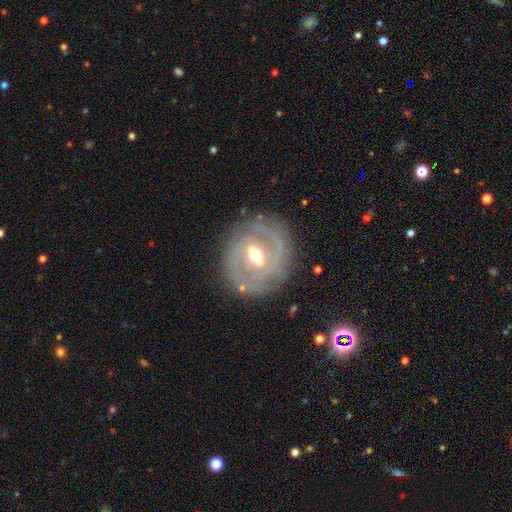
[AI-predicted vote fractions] Smooth or featured? Predicted: featured or disk (p=0.82). Edge-on disk? Predicted: no (p=0.96). Bar? Predicted: weak (p=0.52). Spiral arms? Predicted: yes (p=0.83). Spiral winding? Predicted: tight (p=0.53). Spiral arm count? Predicted: 2 (p=0.68). Bulge size? Predicted: moderate (p=0.72). Merging? Predicted: none (p=0.81).